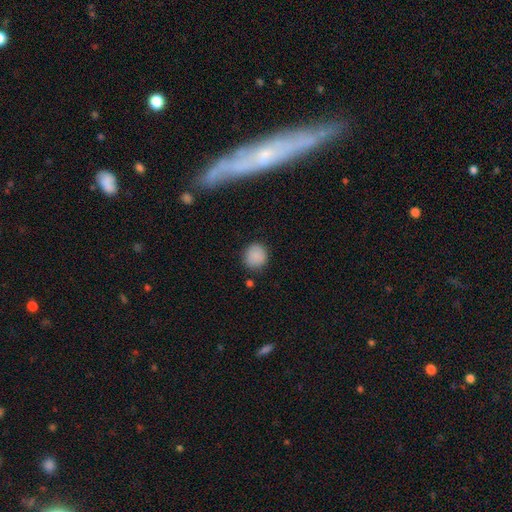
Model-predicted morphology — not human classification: Q: Smooth or featured?
A: smooth (88%); runner-up: star or artifact (9%)
Q: How rounded?
A: round (89%); runner-up: in between (10%)
Q: Merging?
A: none (86%); runner-up: minor disturbance (10%)